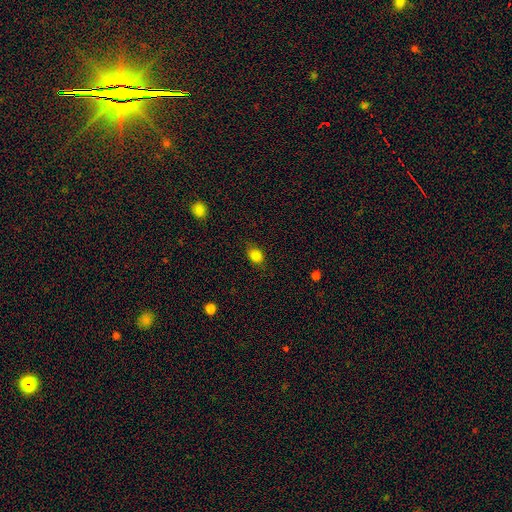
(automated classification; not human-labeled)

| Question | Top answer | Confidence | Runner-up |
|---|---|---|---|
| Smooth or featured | smooth | 84% | star or artifact (10%) |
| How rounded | in between | 61% | round (38%) |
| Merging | none | 79% | minor disturbance (16%) |